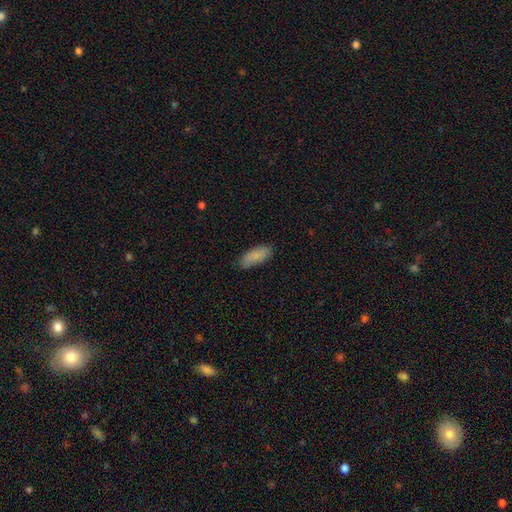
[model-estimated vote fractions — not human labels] The model was most divided on "how rounded": in between: 80%, cigar-shaped: 19%, round: 2%. More confident: smooth or featured — smooth (83%); merging — none (83%).